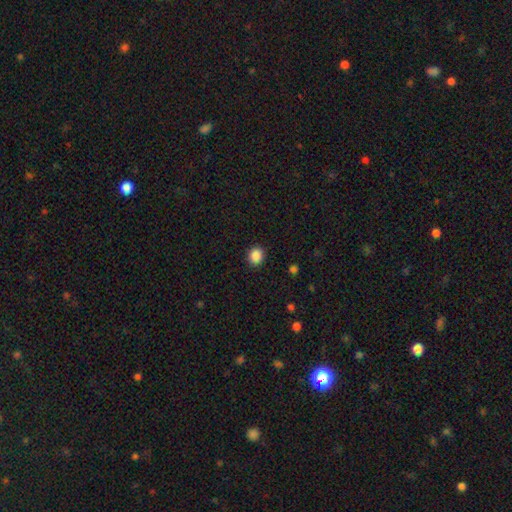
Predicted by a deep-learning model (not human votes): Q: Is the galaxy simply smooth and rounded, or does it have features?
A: smooth — 87%.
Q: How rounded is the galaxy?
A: round — 78%.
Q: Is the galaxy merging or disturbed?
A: none — 90%.